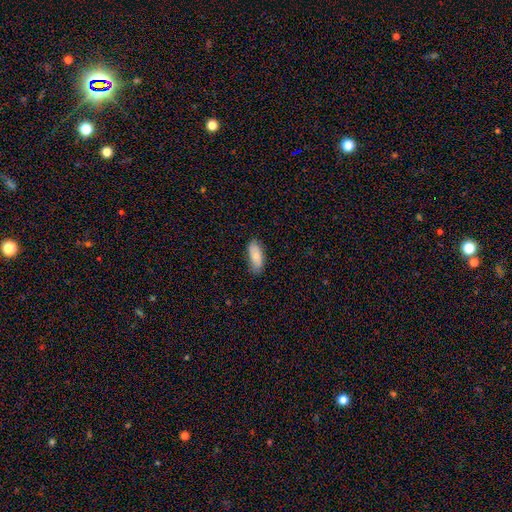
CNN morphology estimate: A smooth galaxy with no disk features (84%) that is in between round and cigar-shaped (82%).

Vote fractions:
- Smooth or featured? smooth: 84% / featured or disk: 10% / star or artifact: 6%
- How rounded? in between: 82% / cigar-shaped: 16% / round: 2%
- Merging? none: 80% / minor disturbance: 16% / major disturbance: 3% / merger: 1%